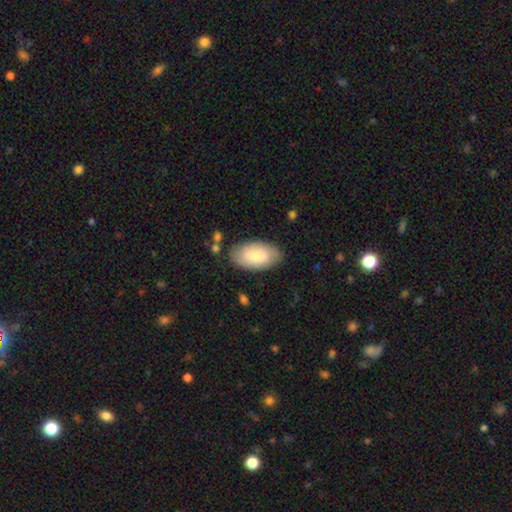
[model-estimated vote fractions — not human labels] Overall: smooth (73%). How rounded: in between (95%). Merging: none (80%).